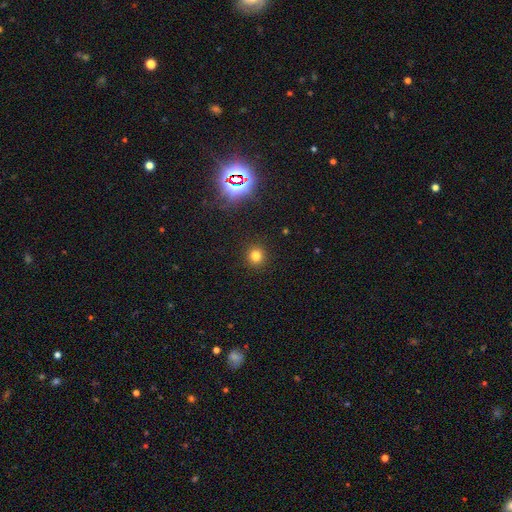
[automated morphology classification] smooth-or-featured: smooth: 77% | star or artifact: 18% | featured or disk: 5%
  how-rounded: round: 92% | in between: 7% | cigar-shaped: 1%
  merging: none: 91% | minor disturbance: 5% | major disturbance: 2% | merger: 1%